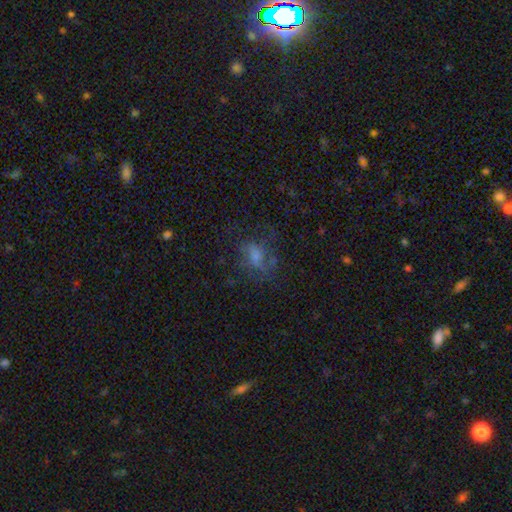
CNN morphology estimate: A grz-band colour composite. It shows a smooth galaxy with no disk features (42%). Merging: none (57%).